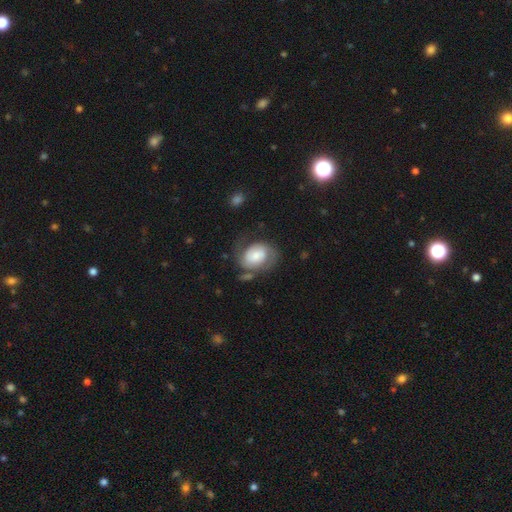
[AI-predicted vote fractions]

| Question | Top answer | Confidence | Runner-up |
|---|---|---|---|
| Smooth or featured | featured or disk | 62% | smooth (31%) |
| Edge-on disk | no | 98% | yes (2%) |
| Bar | no | 58% | weak (33%) |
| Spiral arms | yes | 88% | no (12%) |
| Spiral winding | medium | 43% | tight (37%) |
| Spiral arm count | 2 | 77% | can't tell (11%) |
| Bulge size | moderate | 32% | large (27%) |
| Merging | none | 51% | minor disturbance (24%) |